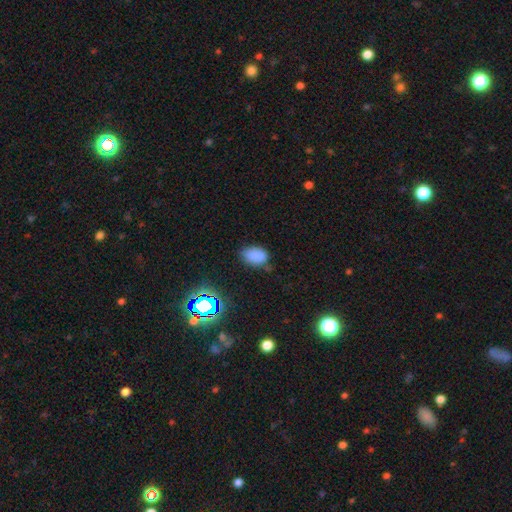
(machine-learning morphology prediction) smooth-or-featured: smooth: 77% | star or artifact: 17% | featured or disk: 6%
  how-rounded: in between: 84% | round: 15% | cigar-shaped: 1%
  merging: none: 65% | minor disturbance: 26% | major disturbance: 6% | merger: 3%